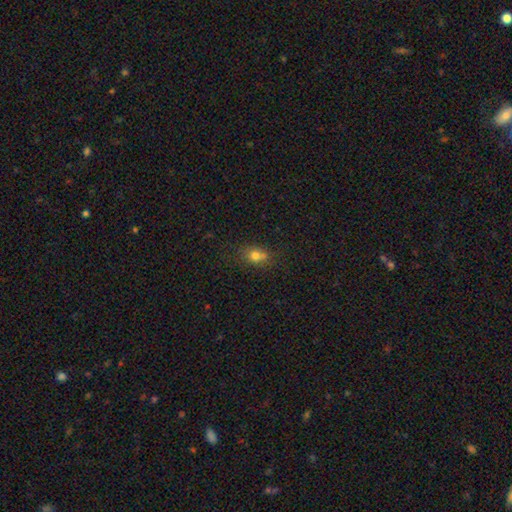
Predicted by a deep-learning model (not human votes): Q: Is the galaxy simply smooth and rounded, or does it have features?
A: smooth — 74%.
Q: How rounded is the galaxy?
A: in between — 51%.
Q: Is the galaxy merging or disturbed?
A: none — 58%.